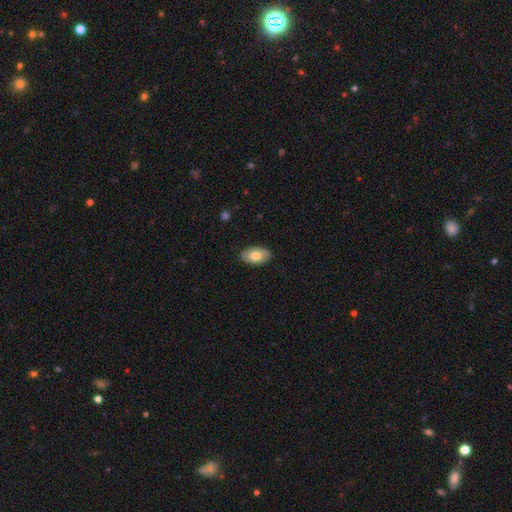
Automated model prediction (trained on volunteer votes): Smooth or featured? Predicted: smooth (p=0.66). How rounded? Predicted: in between (p=0.93). Merging? Predicted: none (p=0.85).